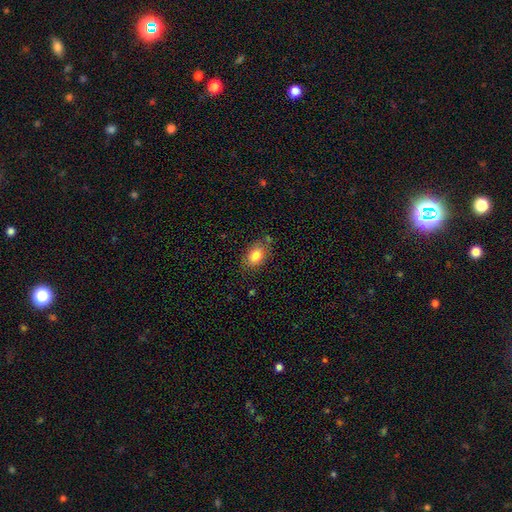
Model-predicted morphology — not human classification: smooth_or_featured: smooth (p=0.83) [alt: featured or disk p=0.09]
how_rounded: in between (p=0.83) [alt: round p=0.15]
merging: none (p=0.75) [alt: minor disturbance p=0.17]